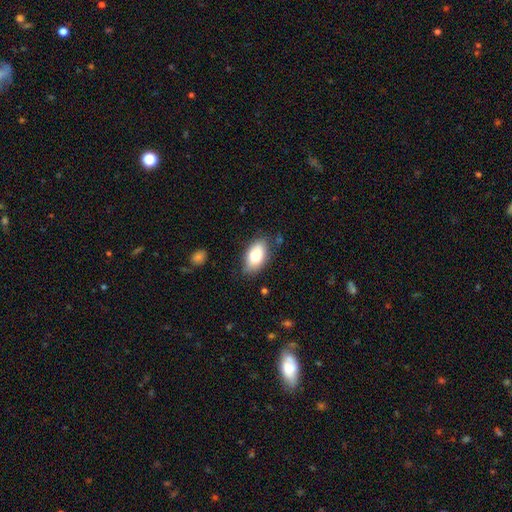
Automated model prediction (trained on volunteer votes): A smooth galaxy with no disk features (78%) that is in between round and cigar-shaped (93%). Merging: none (77%).